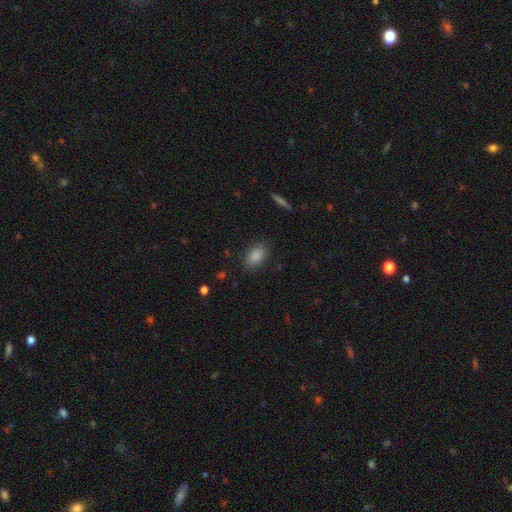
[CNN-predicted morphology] This appears to be a smooth galaxy with no disk features (88%) that is in between round and cigar-shaped (91%). Merging: none (86%).